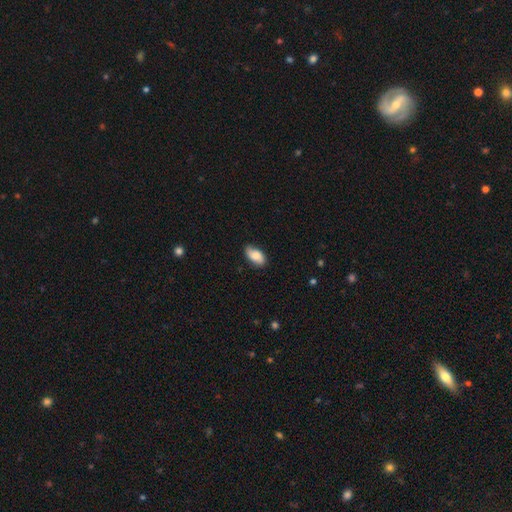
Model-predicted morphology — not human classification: smooth 77%, featured or disk 16%, star or artifact 7%. Down the decision tree: how rounded — in between (93%); merging — none (80%).